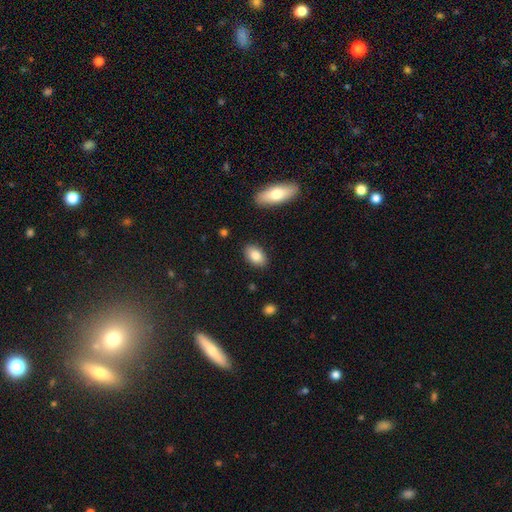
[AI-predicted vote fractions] This is clearly a smooth galaxy (84%). How rounded: clearly in between (91%). Merging: clearly none (87%).